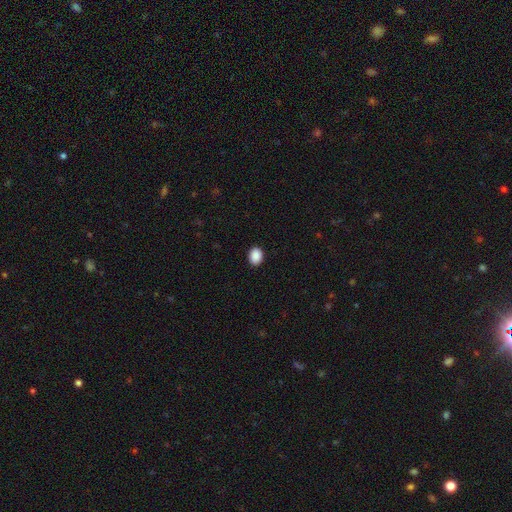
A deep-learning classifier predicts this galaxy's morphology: A smooth galaxy with no disk features (90%) that is in between round and cigar-shaped (64%). Merging: none (91%).